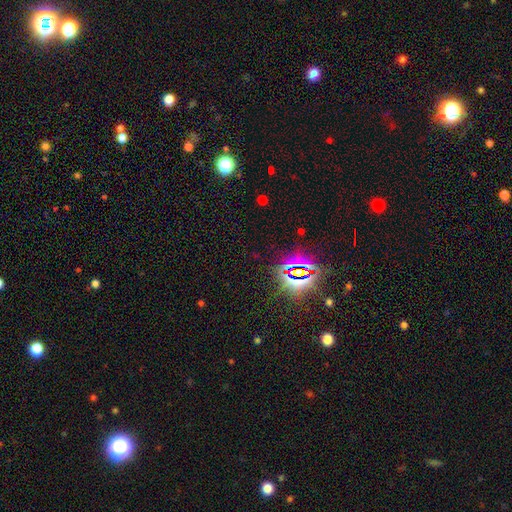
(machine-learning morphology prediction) A star or artifact, not a galaxy (77%).